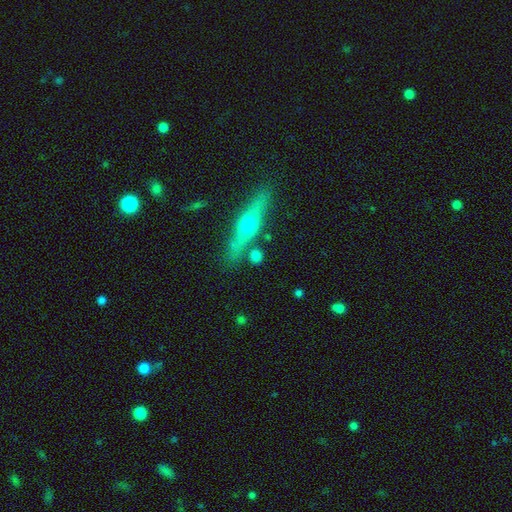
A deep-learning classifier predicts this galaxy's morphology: type=smooth (63%); roundness=round (55%); merging=none (76%).